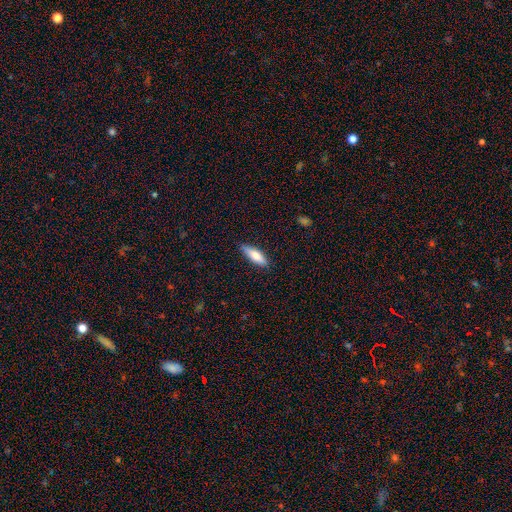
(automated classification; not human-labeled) smooth-or-featured: smooth: 73% | featured or disk: 21% | star or artifact: 6%
  how-rounded: cigar-shaped: 49% (tied) | in between: 49% (tied) | round: 2%
  merging: none: 83% | minor disturbance: 14% | major disturbance: 2% | merger: 1%